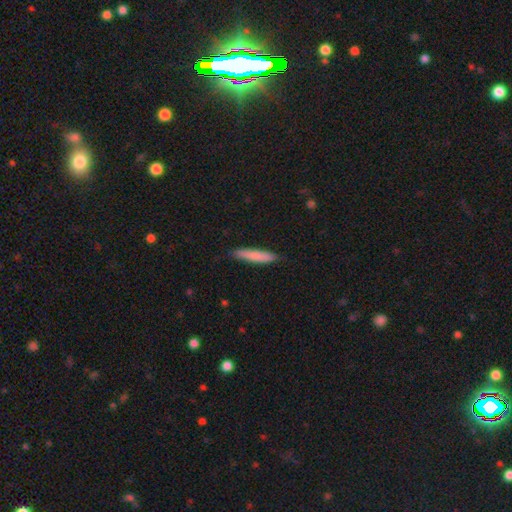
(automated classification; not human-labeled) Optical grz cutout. It shows a smooth galaxy with no disk features (79%) that is cigar-shaped (90%). Merging: none (85%).